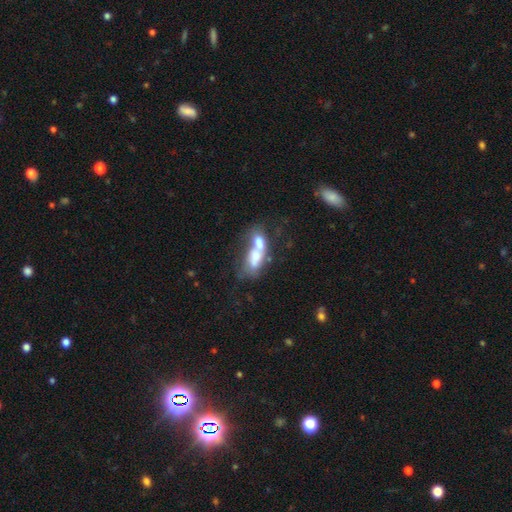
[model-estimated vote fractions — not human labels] Smooth or featured? smooth (53%)
How rounded? in between (70%)
Merging? merger (70%)